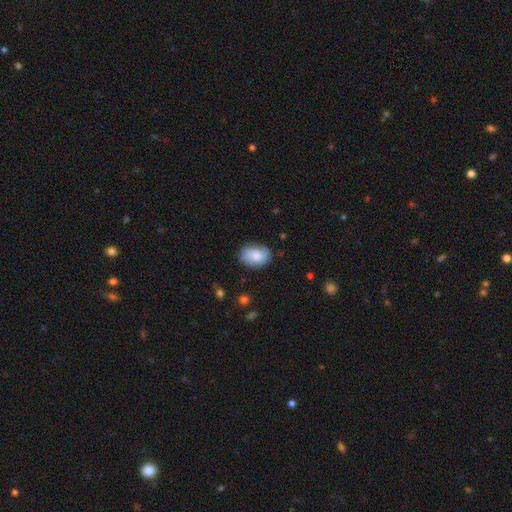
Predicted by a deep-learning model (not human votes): Q: Smooth or featured?
A: smooth (73%); runner-up: featured or disk (20%)
Q: How rounded?
A: in between (75%); runner-up: round (24%)
Q: Merging?
A: none (73%); runner-up: minor disturbance (21%)